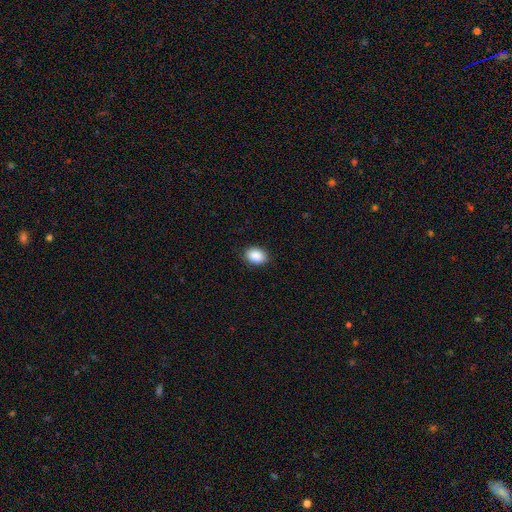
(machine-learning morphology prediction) Overall: smooth (90%). How rounded: in between (78%). Merging: none (87%).